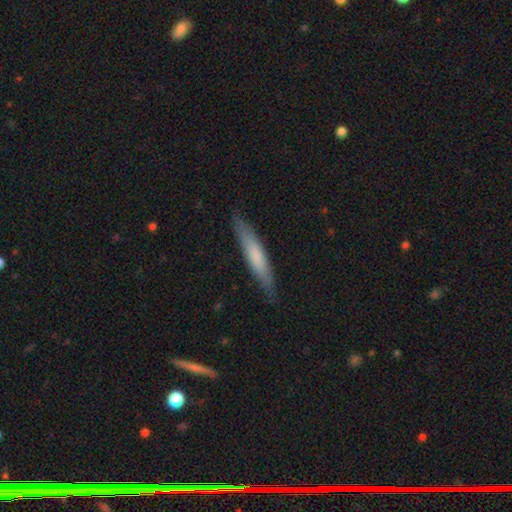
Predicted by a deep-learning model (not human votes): smooth-or-featured: smooth: 65% | featured or disk: 30% | star or artifact: 6%
  how-rounded: cigar-shaped: 91% | in between: 8% | round: 1%
  merging: none: 85% | minor disturbance: 11% | major disturbance: 2% | merger: 1%